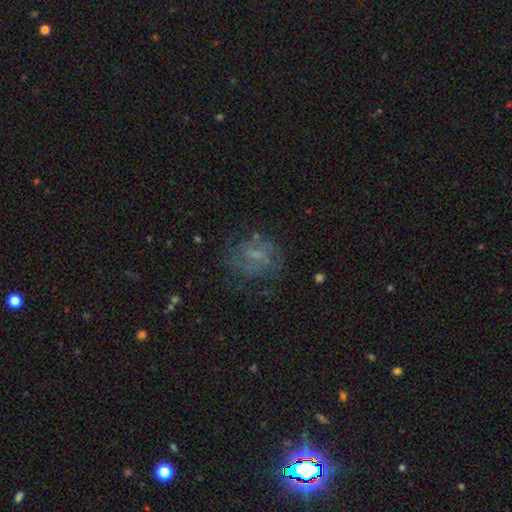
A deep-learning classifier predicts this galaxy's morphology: Smooth or featured?
  - featured or disk: 54% *
  - smooth: 32%
  - star or artifact: 14%
Edge-on disk?
  - no: 97% *
  - yes: 3%
Bar?
  - weak: 48% *
  - no: 40%
  - strong: 12%
Spiral arms?
  - yes: 69% *
  - no: 31%
Bulge size?
  - small: 44% *
  - none: 31%
  - moderate: 22%
  - large: 2%
  - dominant: 1%
Merging?
  - none: 62% *
  - minor disturbance: 20%
  - major disturbance: 16%
  - merger: 2%